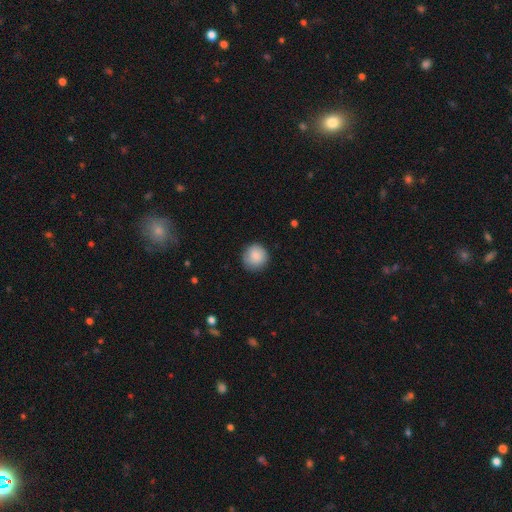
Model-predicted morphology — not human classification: Smooth or featured: smooth — 86% (star or artifact — 7%)
How rounded: round — 93% (in between — 6%)
Merging: none — 85% (minor disturbance — 11%)